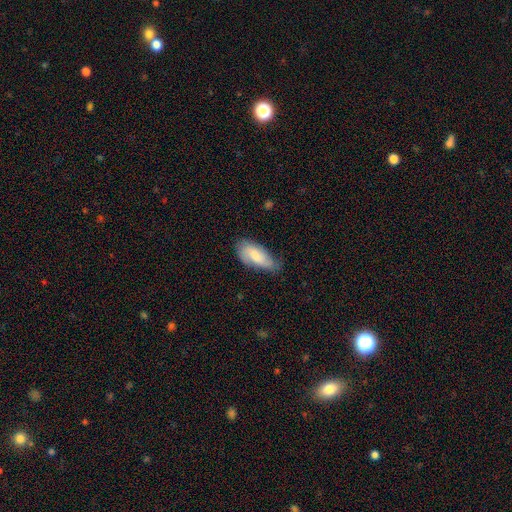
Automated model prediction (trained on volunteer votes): Q: Smooth or featured?
A: smooth (71%); runner-up: featured or disk (23%)
Q: How rounded?
A: in between (87%); runner-up: cigar-shaped (11%)
Q: Merging?
A: none (53%); runner-up: minor disturbance (37%)